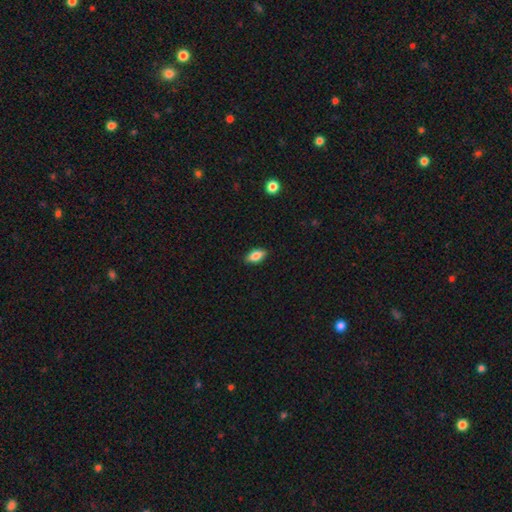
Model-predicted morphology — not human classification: A smooth galaxy with no disk features (82%) that is in between round and cigar-shaped (87%). Merging: none (88%).